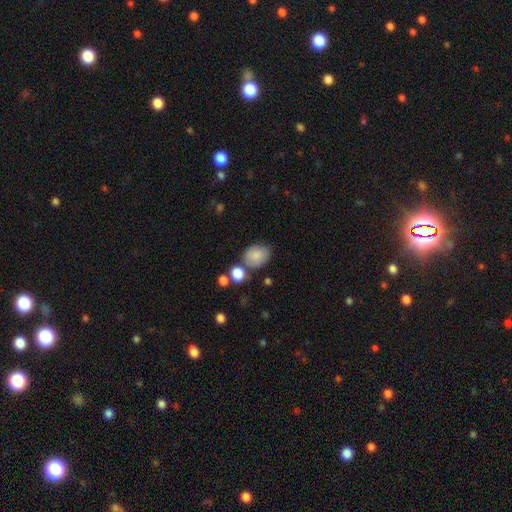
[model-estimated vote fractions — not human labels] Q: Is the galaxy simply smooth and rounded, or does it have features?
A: smooth — 82%.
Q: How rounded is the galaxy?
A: in between — 58%.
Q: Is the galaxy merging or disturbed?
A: none — 62%.